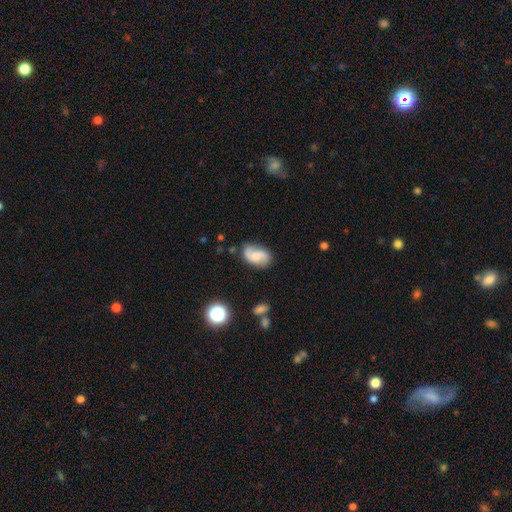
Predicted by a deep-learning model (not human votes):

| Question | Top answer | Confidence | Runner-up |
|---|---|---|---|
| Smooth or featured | featured or disk | 53% | smooth (39%) |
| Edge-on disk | no | 97% | yes (3%) |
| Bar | no | 52% | weak (38%) |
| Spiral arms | yes | 91% | no (9%) |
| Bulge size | none | 42% | small (28%) |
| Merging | none | 67% | minor disturbance (23%) |